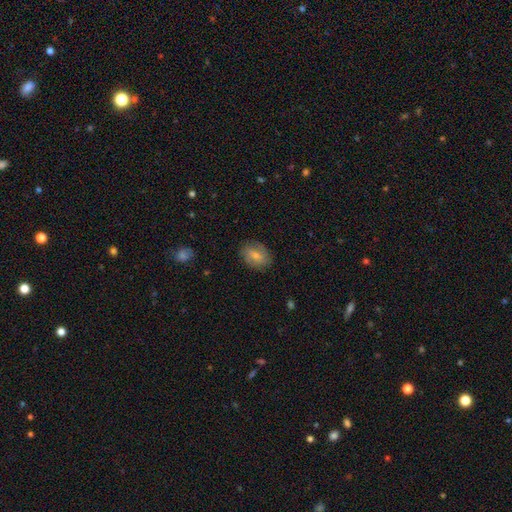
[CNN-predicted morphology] smooth 70%, featured or disk 22%, star or artifact 7%. Down the decision tree: how rounded — in between (72%); merging — none (80%).